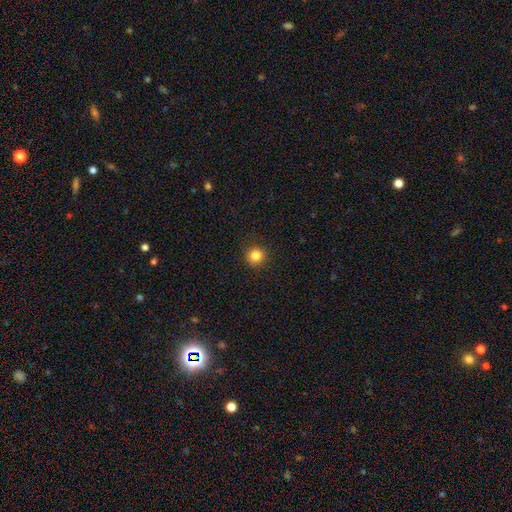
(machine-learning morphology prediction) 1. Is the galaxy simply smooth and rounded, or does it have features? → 83% smooth, 12% star or artifact, 5% featured or disk.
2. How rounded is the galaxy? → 95% round, 5% in between, 1% cigar-shaped.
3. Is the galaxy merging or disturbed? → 92% none, 5% minor disturbance, 2% major disturbance, 1% merger.